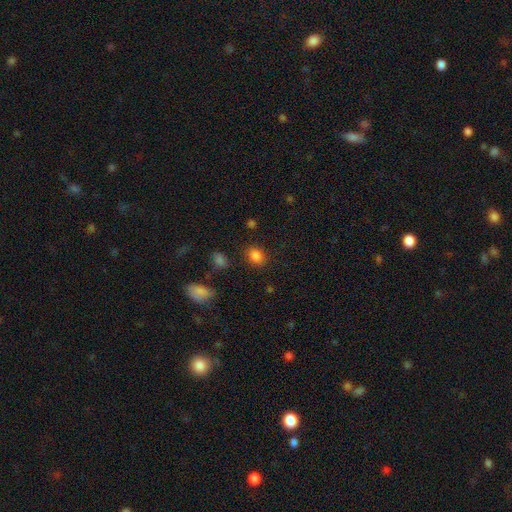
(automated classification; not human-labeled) smooth 84%, star or artifact 12%, featured or disk 5%. Down the decision tree: how rounded — in between (59%); merging — none (85%).